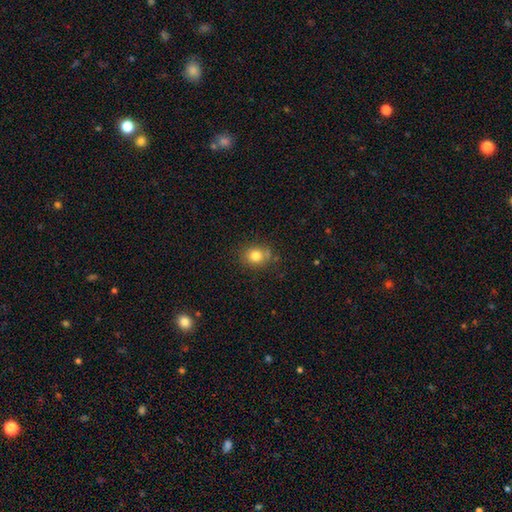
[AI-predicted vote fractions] The model was most divided on "how rounded": round: 69%, in between: 30%, cigar-shaped: 1%. More confident: smooth or featured — smooth (80%); merging — none (76%).